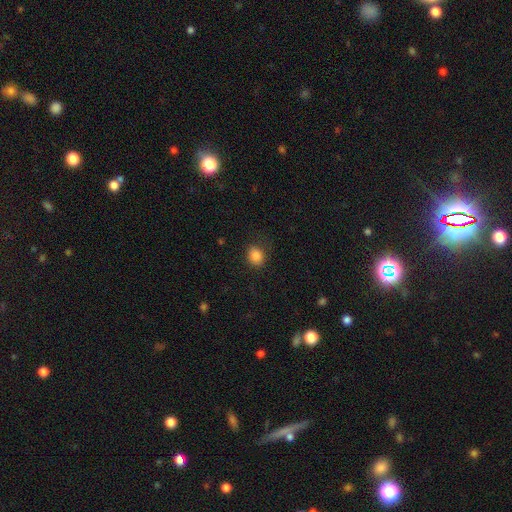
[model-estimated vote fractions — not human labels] smooth 86%, star or artifact 10%, featured or disk 4%. Down the decision tree: how rounded — round (62%); merging — none (80%).